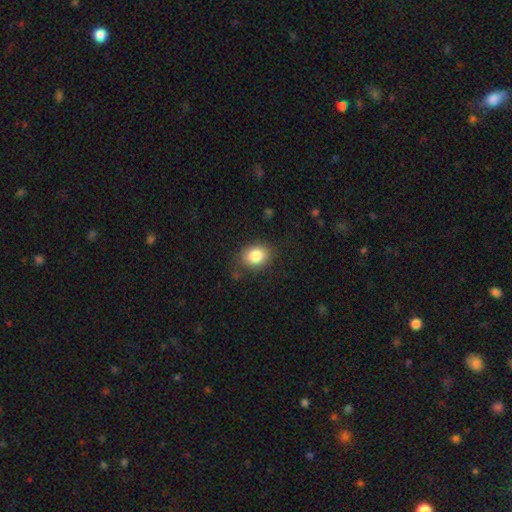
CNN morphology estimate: smooth 85%, star or artifact 9%, featured or disk 7%. Down the decision tree: how rounded — in between (53%); merging — none (81%).